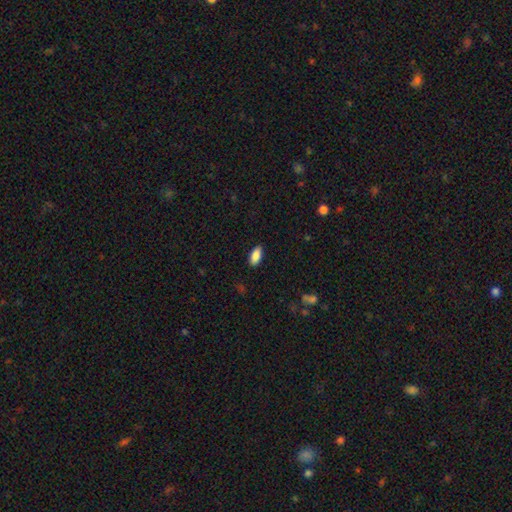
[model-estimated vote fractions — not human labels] smooth-or-featured: smooth: 88% | star or artifact: 7% | featured or disk: 5%
  how-rounded: in between: 89% | cigar-shaped: 9% | round: 2%
  merging: none: 87% | minor disturbance: 10% | major disturbance: 2% | merger: 1%